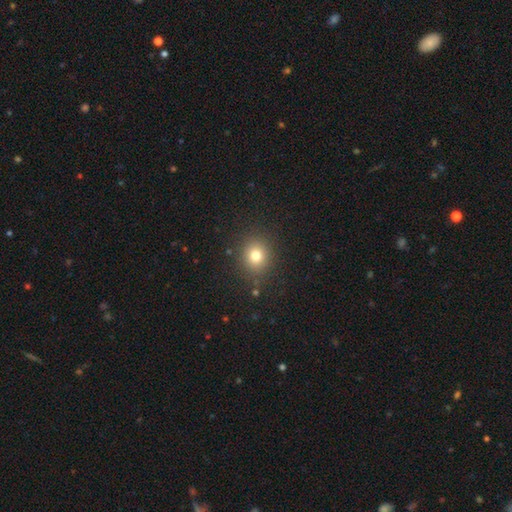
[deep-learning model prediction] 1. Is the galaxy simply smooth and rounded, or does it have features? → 78% smooth, 15% star or artifact, 8% featured or disk.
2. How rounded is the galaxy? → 81% round, 18% in between, 1% cigar-shaped.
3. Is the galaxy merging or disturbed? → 88% none, 8% minor disturbance, 3% major disturbance, 2% merger.